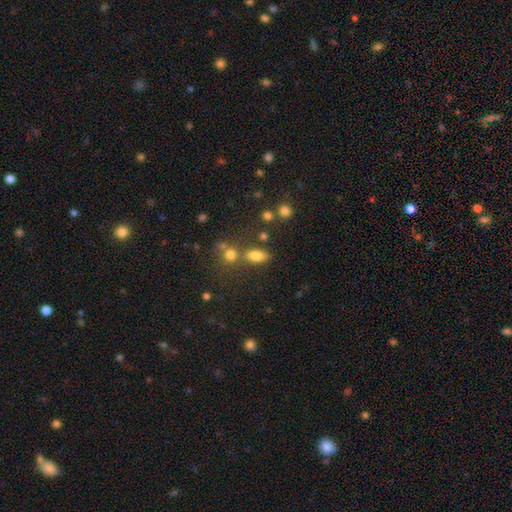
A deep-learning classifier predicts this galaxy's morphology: smooth-or-featured: smooth: 79% | star or artifact: 13% | featured or disk: 8%
  how-rounded: in between: 81% | round: 10% | cigar-shaped: 9%
  merging: none: 63% | merger: 19% | minor disturbance: 13% | major disturbance: 5%